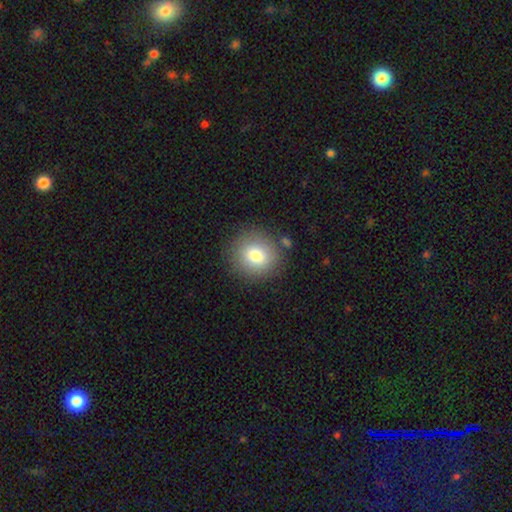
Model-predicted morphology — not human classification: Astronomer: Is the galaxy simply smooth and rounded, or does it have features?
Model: smooth — 79%.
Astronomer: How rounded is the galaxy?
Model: round — 86%.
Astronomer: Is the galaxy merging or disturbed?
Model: none — 84%.